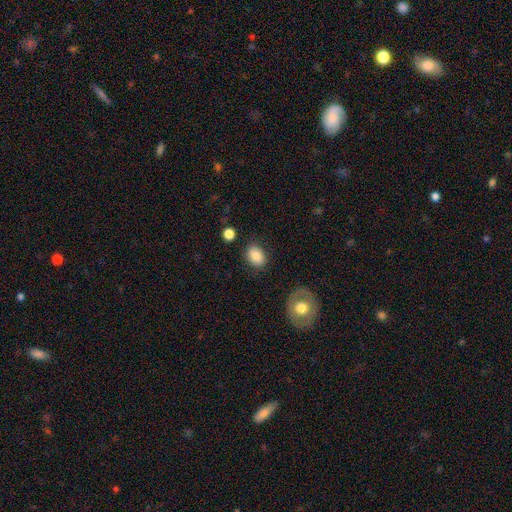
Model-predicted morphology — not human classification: smooth_or_featured: smooth (p=0.83) [alt: featured or disk p=0.08]
how_rounded: in between (p=0.68) [alt: round p=0.31]
merging: none (p=0.82) [alt: minor disturbance p=0.12]